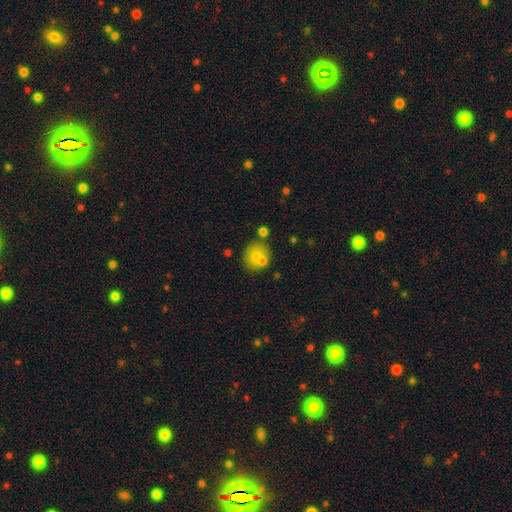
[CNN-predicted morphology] This is likely a smooth galaxy (74%). How rounded: likely round (78%). Merging: possibly none (59%).